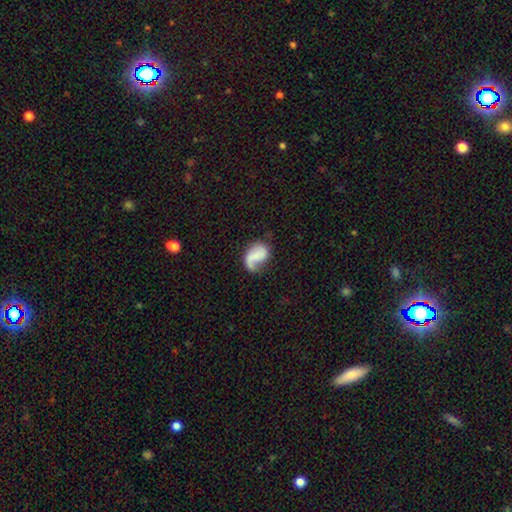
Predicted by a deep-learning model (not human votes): smooth 47%, featured or disk 45%, star or artifact 8%. Down the decision tree: merging — none (39%).